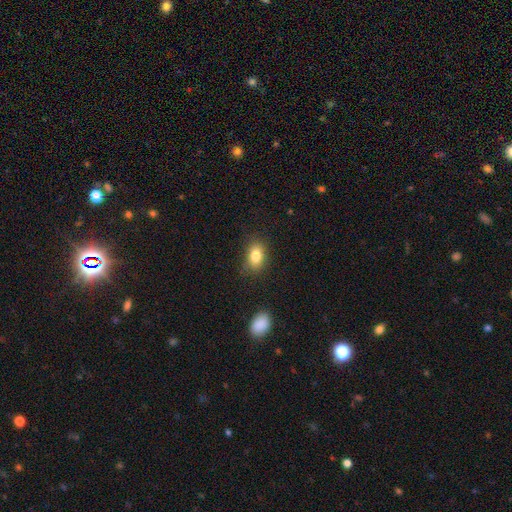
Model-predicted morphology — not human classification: Smooth or featured?
  - smooth: 84% *
  - star or artifact: 9%
  - featured or disk: 7%
How rounded?
  - in between: 84% *
  - round: 14%
  - cigar-shaped: 2%
Merging?
  - none: 81% *
  - minor disturbance: 14%
  - major disturbance: 4%
  - merger: 2%